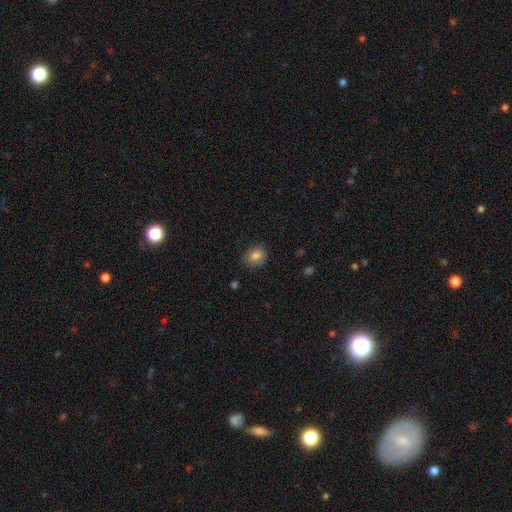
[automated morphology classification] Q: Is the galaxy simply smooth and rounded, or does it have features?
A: smooth — 81%.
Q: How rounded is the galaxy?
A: in between — 53%.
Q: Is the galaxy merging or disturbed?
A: none — 79%.